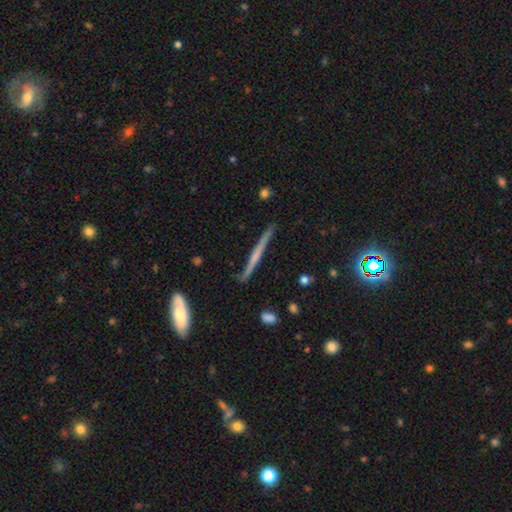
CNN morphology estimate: A featured or disk galaxy (65%) viewed edge-on (96%) with no central bulge (50%). Merging: none (85%).